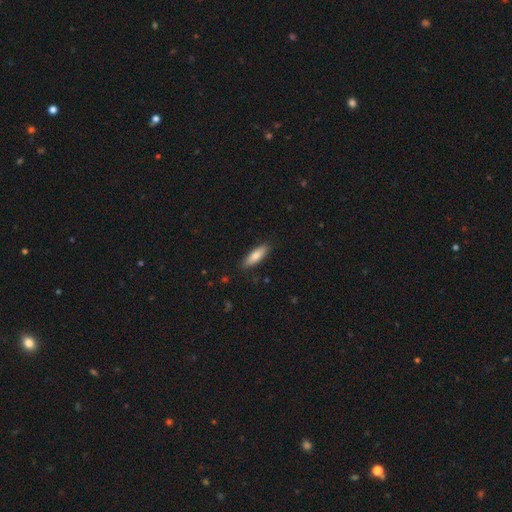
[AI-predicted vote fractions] Overall: smooth (81%). How rounded: in between (50%; cigar-shaped 48%). Merging: none (87%).